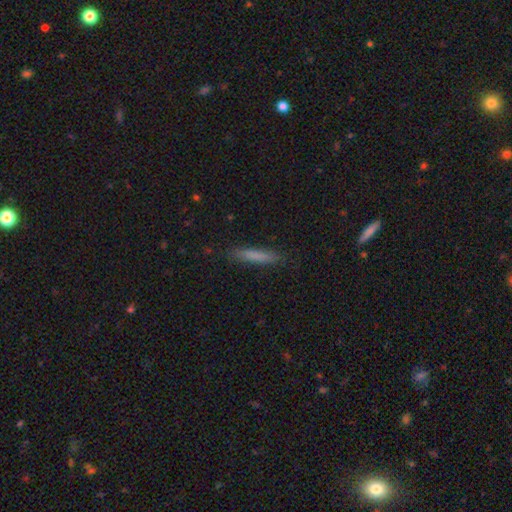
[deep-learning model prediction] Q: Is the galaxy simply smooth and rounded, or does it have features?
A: smooth — 78%.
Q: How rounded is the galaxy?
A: cigar-shaped — 91%.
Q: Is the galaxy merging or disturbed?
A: none — 87%.